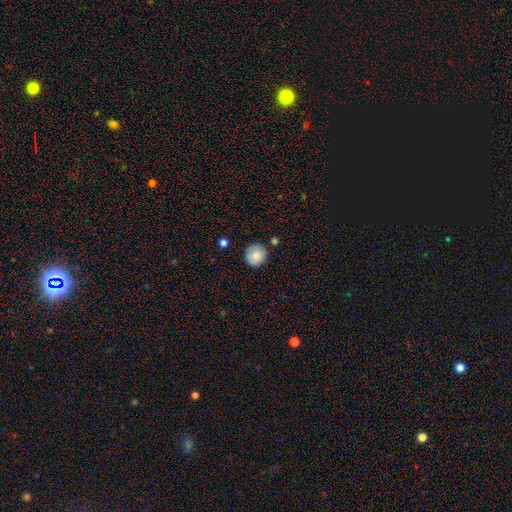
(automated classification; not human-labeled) Smooth or featured? Predicted: smooth (p=0.84). How rounded? Predicted: round (p=0.94). Merging? Predicted: none (p=0.85).